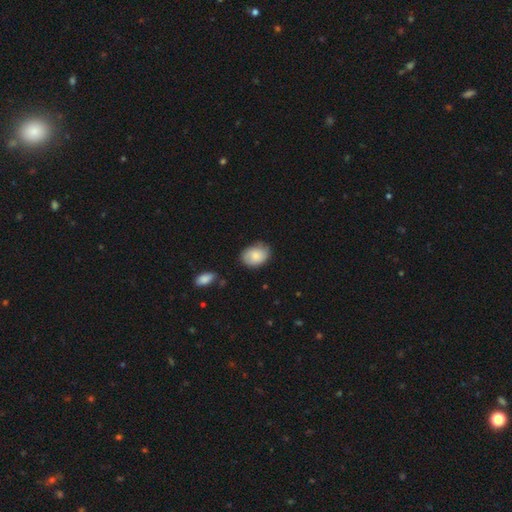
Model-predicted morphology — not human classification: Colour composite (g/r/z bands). It shows a smooth galaxy with no disk features (83%) that is in between round and cigar-shaped (73%). Merging: none (74%).